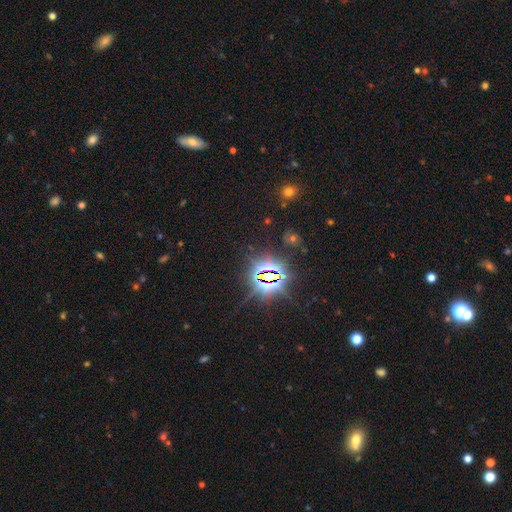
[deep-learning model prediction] The model was most divided on "smooth or featured": star or artifact: 81%, smooth: 12%, featured or disk: 7%.